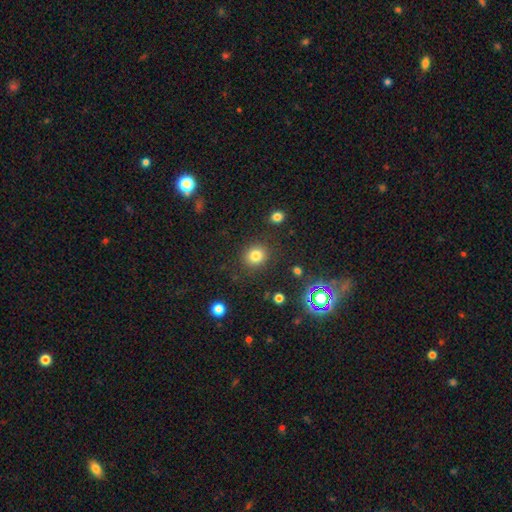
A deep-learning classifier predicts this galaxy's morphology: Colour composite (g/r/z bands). It shows a smooth galaxy with no disk features (81%) that is round (80%). Merging: none (86%).